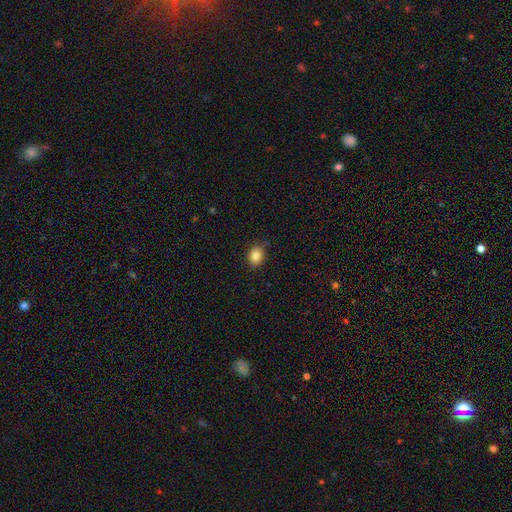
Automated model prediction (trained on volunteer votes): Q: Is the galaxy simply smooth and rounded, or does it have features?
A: smooth — 85%.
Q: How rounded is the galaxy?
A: round — 53%.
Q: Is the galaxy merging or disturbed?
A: none — 81%.